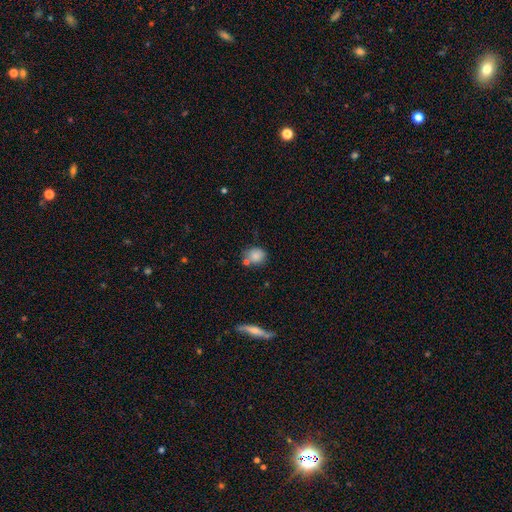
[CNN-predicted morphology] Smooth or featured? Predicted: smooth (p=0.83). How rounded? Predicted: round (p=0.69). Merging? Predicted: none (p=0.60).